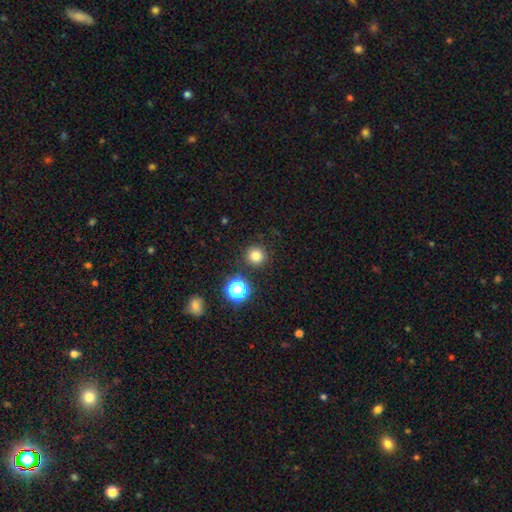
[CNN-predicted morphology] This is likely a smooth galaxy (78%). How rounded: clearly round (95%). Merging: clearly none (90%).